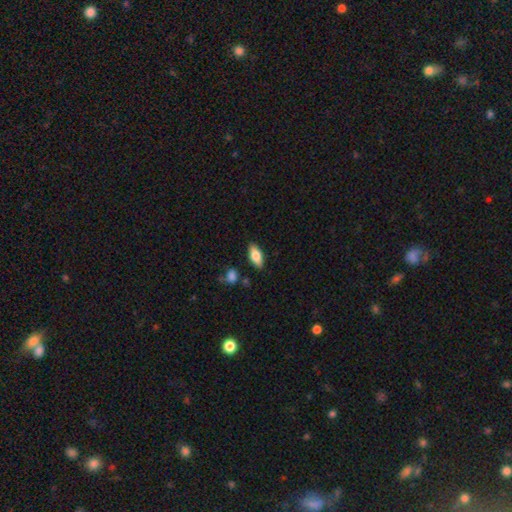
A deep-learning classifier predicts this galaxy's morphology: Overall: smooth (74%). How rounded: in between (84%). Merging: none (84%).